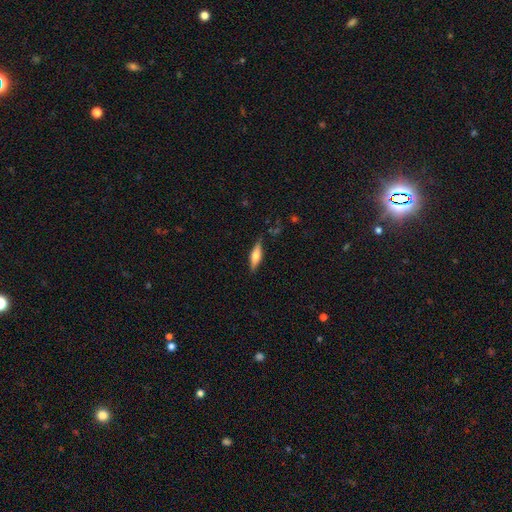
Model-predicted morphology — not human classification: smooth-or-featured: smooth: 50% | featured or disk: 44% | star or artifact: 7%
  merging: none: 83% | minor disturbance: 12% | major disturbance: 3% | merger: 2%